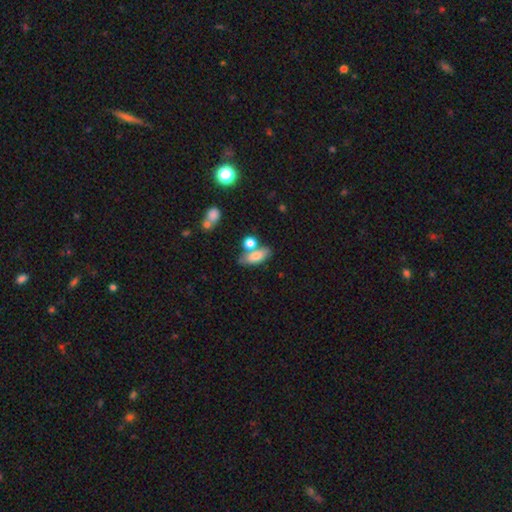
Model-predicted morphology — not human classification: Overall: smooth (76%). How rounded: in between (75%). Merging: none (57%; merger 25%).